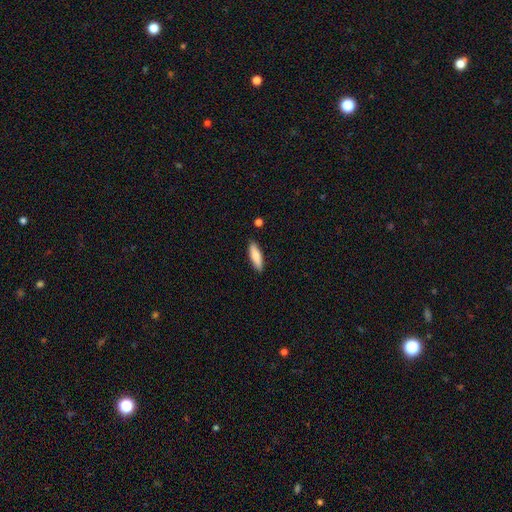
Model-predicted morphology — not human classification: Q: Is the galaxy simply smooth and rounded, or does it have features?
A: smooth — 81%.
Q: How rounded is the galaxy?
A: cigar-shaped — 57%.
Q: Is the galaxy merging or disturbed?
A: none — 88%.